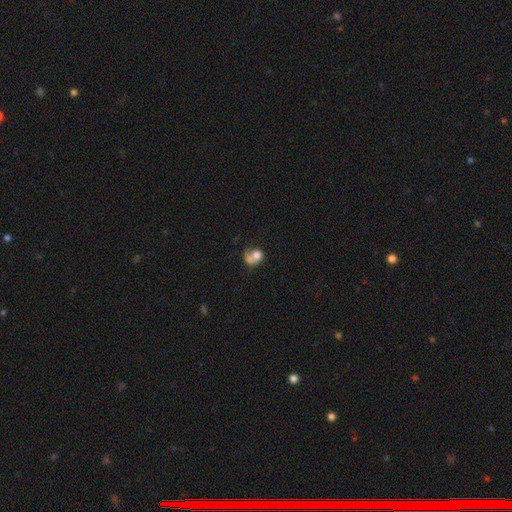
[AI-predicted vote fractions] The model was most divided on "how rounded": round: 59%, in between: 40%, cigar-shaped: 1%. More confident: smooth or featured — smooth (67%); merging — merger (56%).